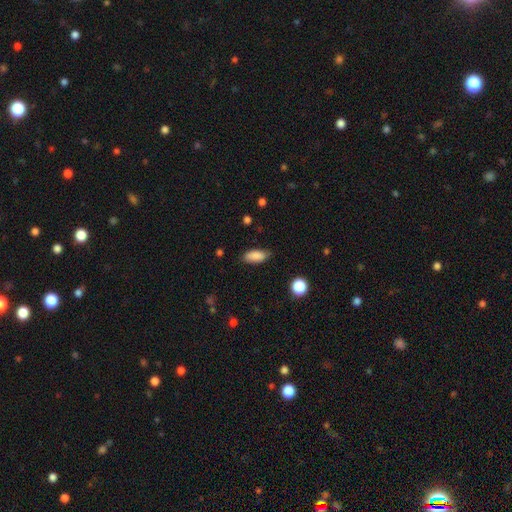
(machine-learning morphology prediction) smooth_or_featured: smooth (p=0.87) [alt: star or artifact p=0.07]
how_rounded: in between (p=0.84) [alt: cigar-shaped p=0.13]
merging: none (p=0.80) [alt: minor disturbance p=0.16]